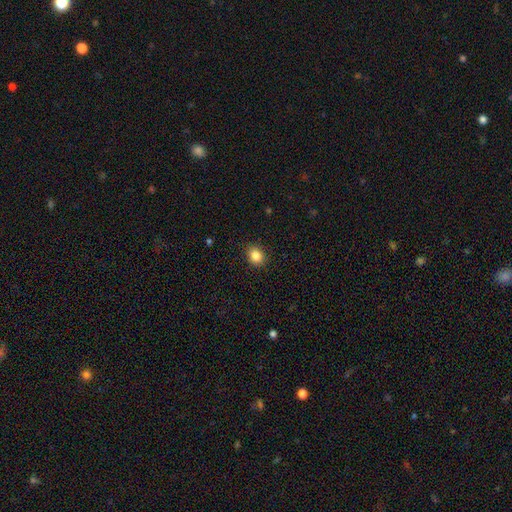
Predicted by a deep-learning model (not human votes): This is clearly a smooth galaxy (86%). How rounded: possibly round (54%). Merging: clearly none (88%).